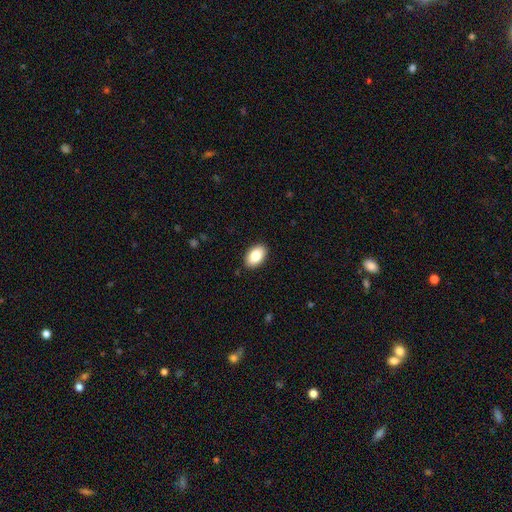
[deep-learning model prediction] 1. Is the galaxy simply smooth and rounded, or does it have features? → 85% smooth, 8% featured or disk, 7% star or artifact.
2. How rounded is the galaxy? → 91% in between, 7% round, 1% cigar-shaped.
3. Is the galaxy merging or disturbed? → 90% none, 8% minor disturbance, 2% major disturbance, 1% merger.